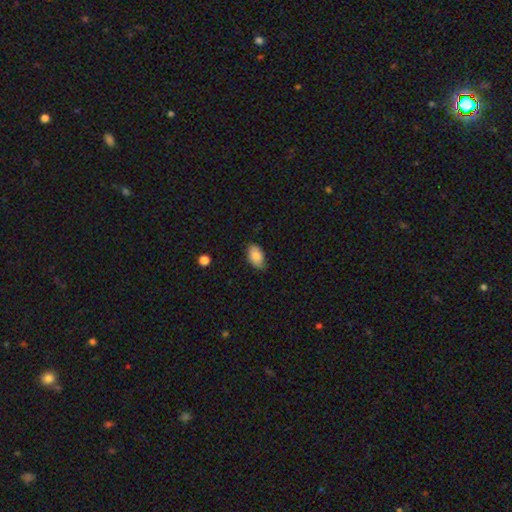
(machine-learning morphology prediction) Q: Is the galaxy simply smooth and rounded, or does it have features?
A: smooth — 83%.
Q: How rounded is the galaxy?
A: in between — 92%.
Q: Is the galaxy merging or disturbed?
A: none — 80%.